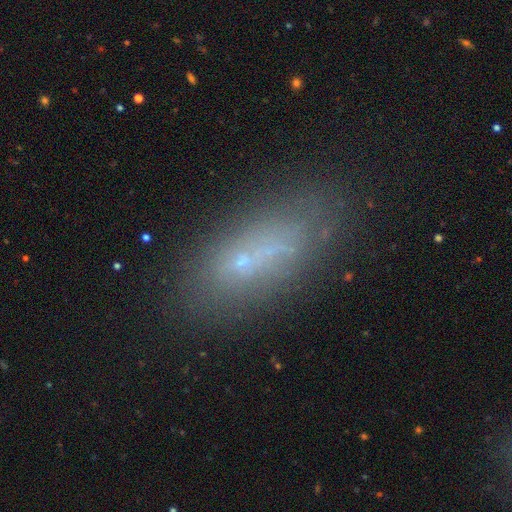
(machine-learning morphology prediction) type=smooth (52%); roundness=in between (58%); merging=none (66%).